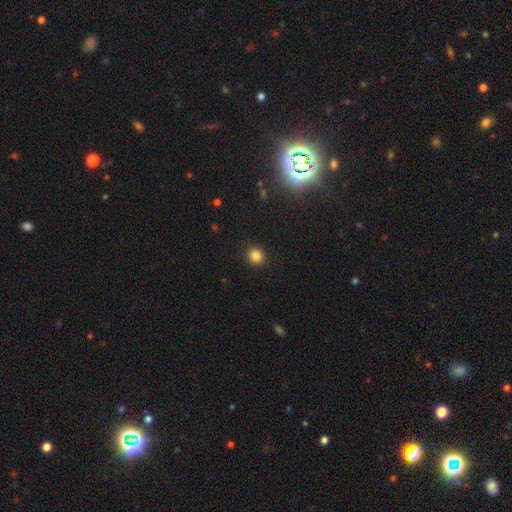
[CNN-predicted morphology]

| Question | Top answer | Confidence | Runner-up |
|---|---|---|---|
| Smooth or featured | smooth | 84% | star or artifact (12%) |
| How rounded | round | 83% | in between (16%) |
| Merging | none | 90% | minor disturbance (7%) |